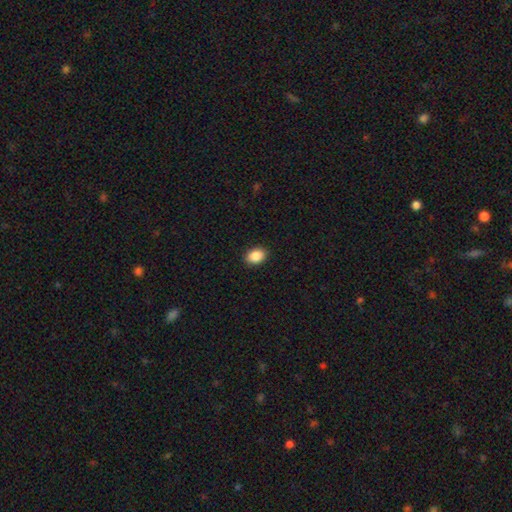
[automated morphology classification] A smooth galaxy with no disk features (88%) that is in between round and cigar-shaped (74%).

Vote fractions:
- Smooth or featured? smooth: 88% / star or artifact: 8% / featured or disk: 4%
- How rounded? in between: 74% / round: 25% / cigar-shaped: 1%
- Merging? none: 90% / minor disturbance: 7% / major disturbance: 2% / merger: 1%